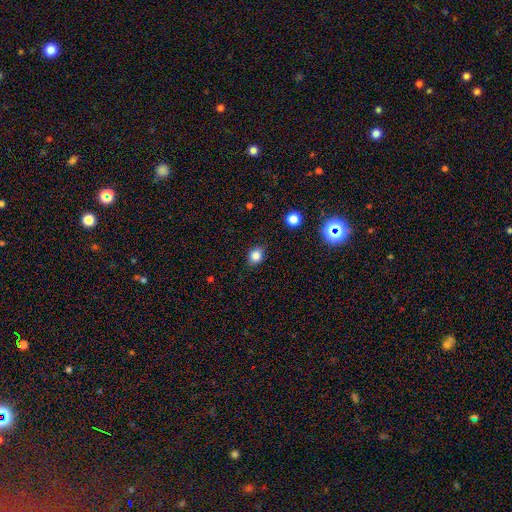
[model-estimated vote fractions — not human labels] A smooth galaxy with no disk features (83%) that is round (56%). Merging: none (81%).